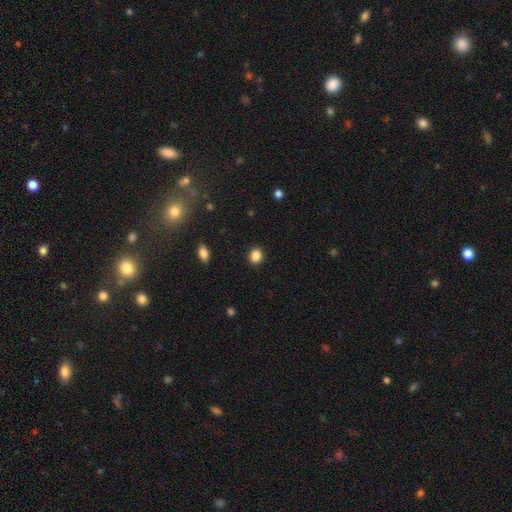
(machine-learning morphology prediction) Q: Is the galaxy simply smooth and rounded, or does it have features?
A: smooth — 87%.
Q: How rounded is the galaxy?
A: round — 68%.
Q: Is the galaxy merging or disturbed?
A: none — 90%.